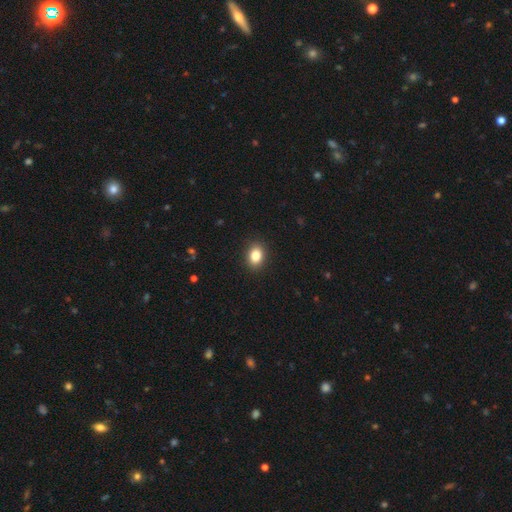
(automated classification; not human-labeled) A smooth galaxy with no disk features (85%) that is in between round and cigar-shaped (72%). Merging: none (90%).